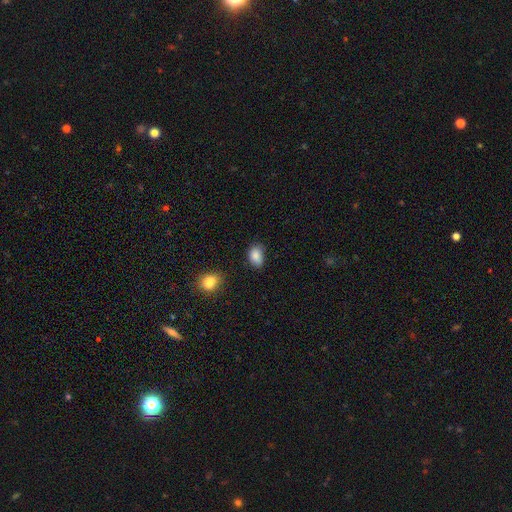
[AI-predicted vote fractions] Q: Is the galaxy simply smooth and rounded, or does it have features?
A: smooth — 86%.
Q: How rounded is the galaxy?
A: in between — 82%.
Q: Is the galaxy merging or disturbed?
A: none — 64%.